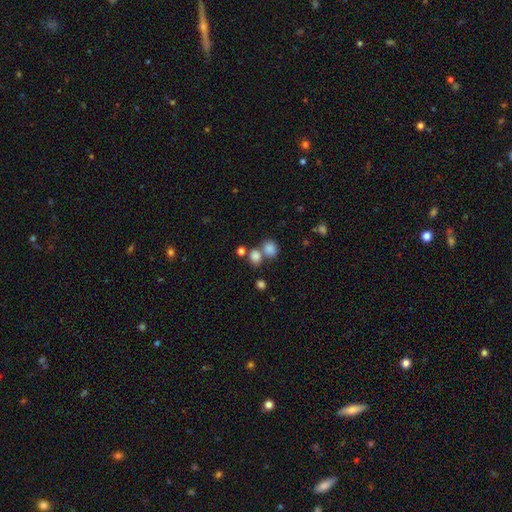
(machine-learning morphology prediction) Smooth or featured: smooth — 80% (star or artifact — 13%)
How rounded: round — 60% (in between — 38%)
Merging: none — 47% (merger — 39%)